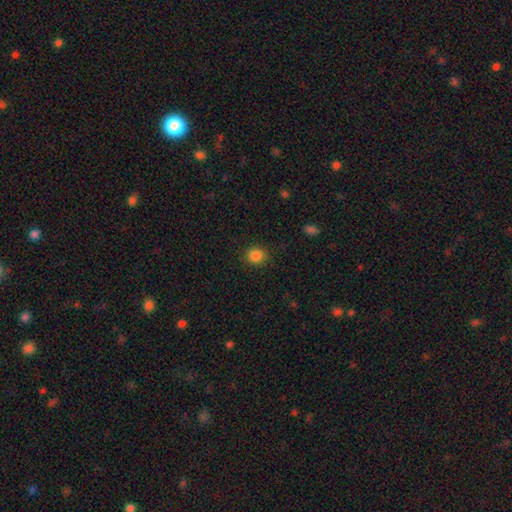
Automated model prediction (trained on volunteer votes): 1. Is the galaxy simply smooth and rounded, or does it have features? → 85% smooth, 11% star or artifact, 4% featured or disk.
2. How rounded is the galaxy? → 84% round, 15% in between, 1% cigar-shaped.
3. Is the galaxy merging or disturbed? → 90% none, 7% minor disturbance, 2% major disturbance, 1% merger.